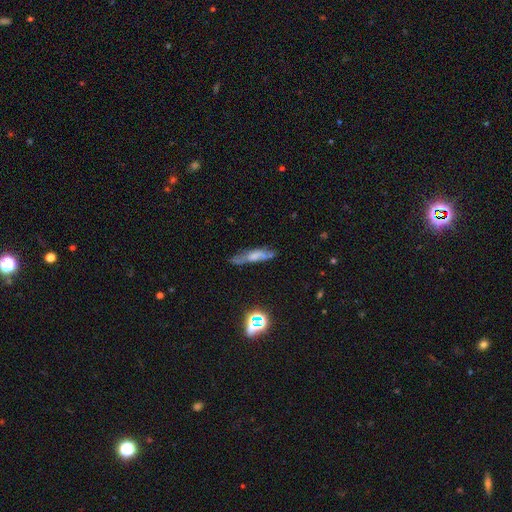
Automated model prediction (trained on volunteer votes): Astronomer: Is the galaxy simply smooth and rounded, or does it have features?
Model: featured or disk — 44% (runner-up: smooth, 42%).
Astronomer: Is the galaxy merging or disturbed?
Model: none — 59%.